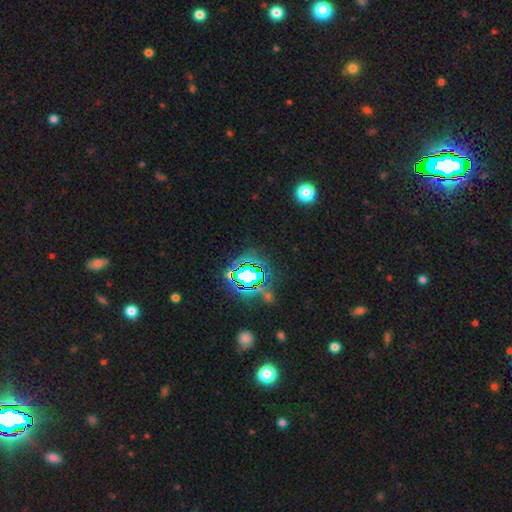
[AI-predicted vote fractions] This appears to be a star or artifact, not a galaxy (79%).